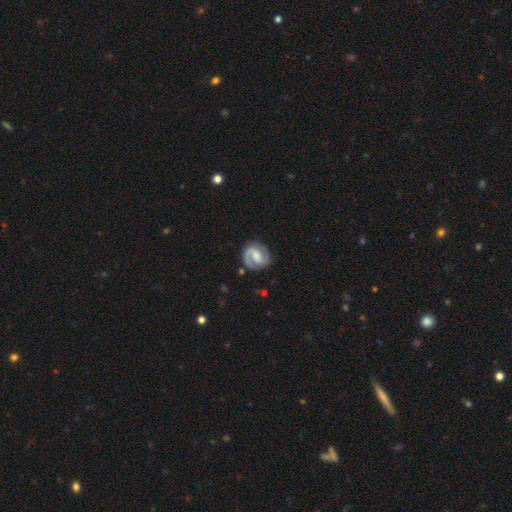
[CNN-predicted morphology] A featured or disk galaxy (78%) with a weak bar (52%), 2 (74%) medium (44%) spiral arms (95%) and a moderate central bulge (44%).

Vote fractions:
- Smooth or featured? featured or disk: 78% / smooth: 17% / star or artifact: 5%
- Edge-on disk? no: 98% / yes: 2%
- Bar? weak: 52% / no: 27% / strong: 21%
- Spiral arms? yes: 95% / no: 5%
- Spiral winding? medium: 44% / tight: 40% / loose: 17%
- Spiral arm count? 2: 74% / 1: 18% / can't tell: 5% / 3: 1% / 4: 1% / more than 4: 1%
- Bulge size? moderate: 44% / small: 32% / none: 13% / large: 10% / dominant: 2%
- Merging? none: 77% / minor disturbance: 15% / major disturbance: 6% / merger: 2%